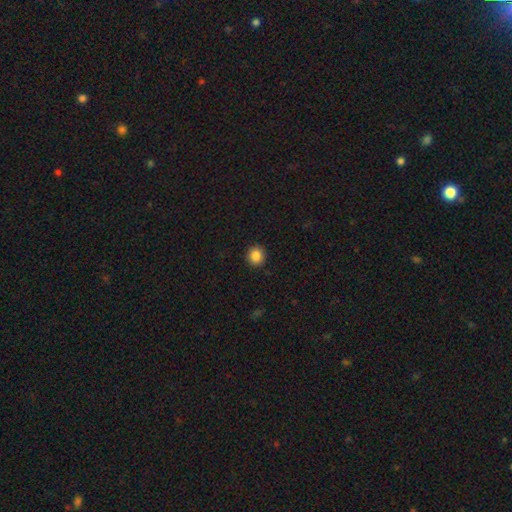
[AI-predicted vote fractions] Morphology: type=smooth (86%); roundness=round (88%); merging=none (91%).